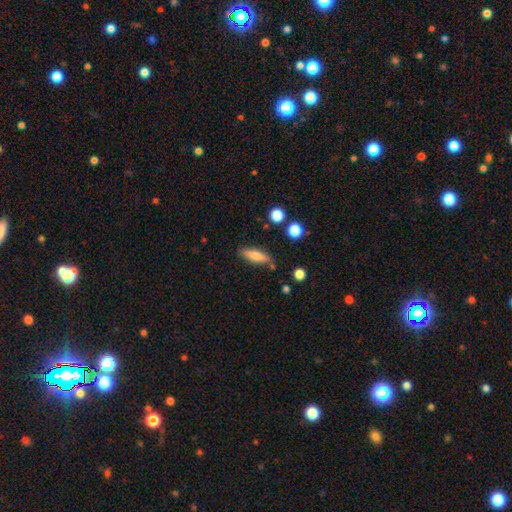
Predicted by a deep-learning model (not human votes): Morphology: type=smooth (73%); roundness=cigar-shaped (53%); merging=none (80%).